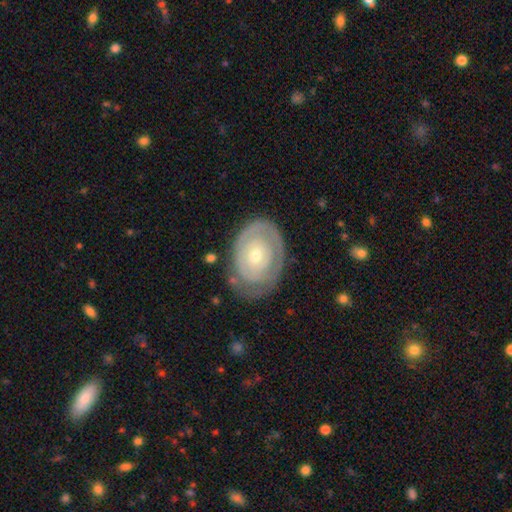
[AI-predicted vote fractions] A featured or disk galaxy (69%) with no bar (86%), spiral arms (55%) and a small central bulge (54%). Merging: none (68%).